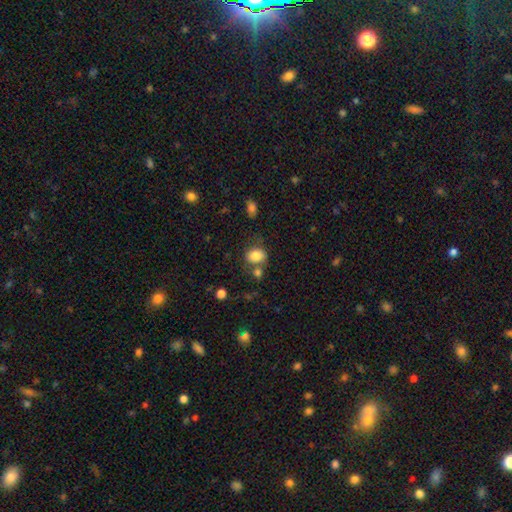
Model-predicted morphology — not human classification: A smooth galaxy with no disk features (81%) that is in between round and cigar-shaped (53%). Merging: none (56%).